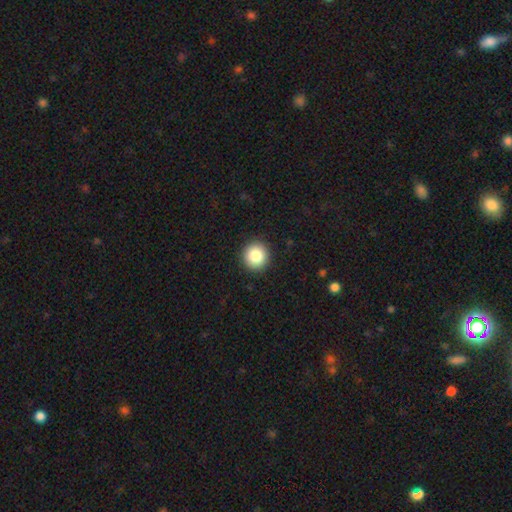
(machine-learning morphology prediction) Overall: smooth (85%). How rounded: round (94%). Merging: none (93%).